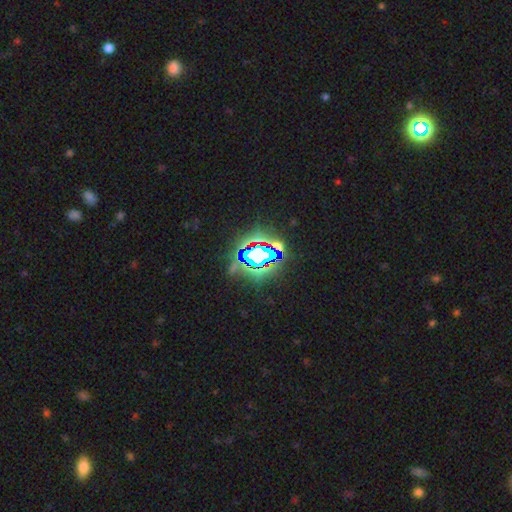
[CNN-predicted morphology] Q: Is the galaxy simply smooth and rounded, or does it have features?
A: star or artifact — 74%.